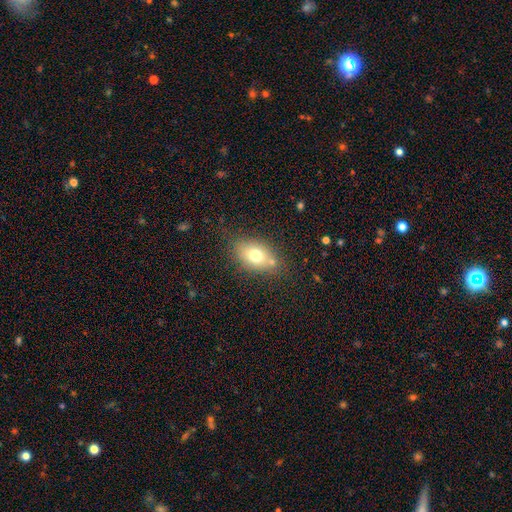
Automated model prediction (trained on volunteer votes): Smooth or featured?
  - smooth: 71% *
  - featured or disk: 17%
  - star or artifact: 11%
How rounded?
  - in between: 78% *
  - round: 20%
  - cigar-shaped: 2%
Merging?
  - none: 71% *
  - minor disturbance: 16%
  - merger: 8%
  - major disturbance: 5%